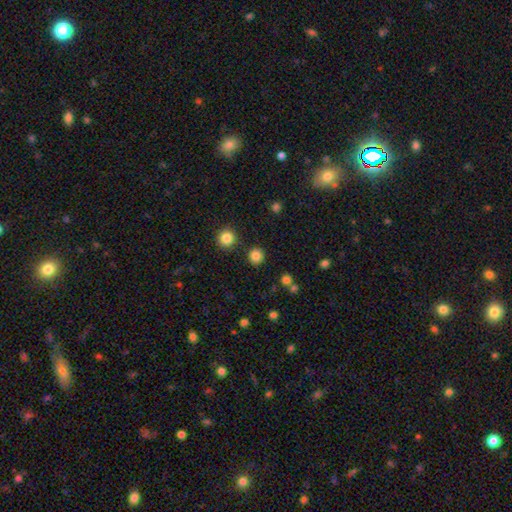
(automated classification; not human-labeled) smooth_or_featured: smooth (p=0.84) [alt: star or artifact p=0.12]
how_rounded: round (p=0.92) [alt: in between p=0.07]
merging: none (p=0.90) [alt: minor disturbance p=0.05]